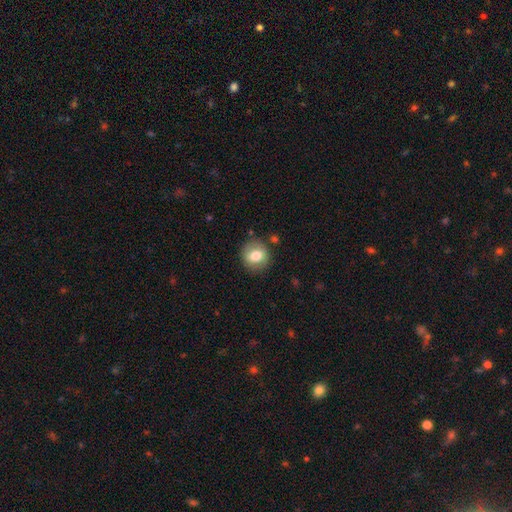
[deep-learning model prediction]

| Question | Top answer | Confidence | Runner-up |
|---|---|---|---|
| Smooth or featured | smooth | 75% | featured or disk (17%) |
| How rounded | round | 83% | in between (16%) |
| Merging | none | 83% | minor disturbance (11%) |